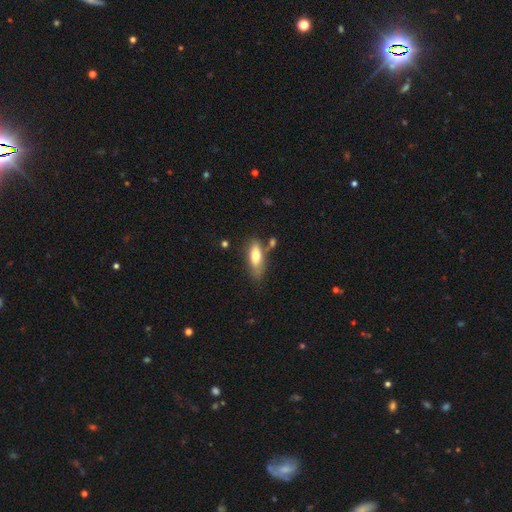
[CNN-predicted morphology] A smooth galaxy with no disk features (72%) that is in between round and cigar-shaped (70%).

Vote fractions:
- Smooth or featured? smooth: 72% / featured or disk: 21% / star or artifact: 7%
- How rounded? in between: 70% / cigar-shaped: 27% / round: 3%
- Merging? none: 60% / minor disturbance: 22% / merger: 12% / major disturbance: 7%